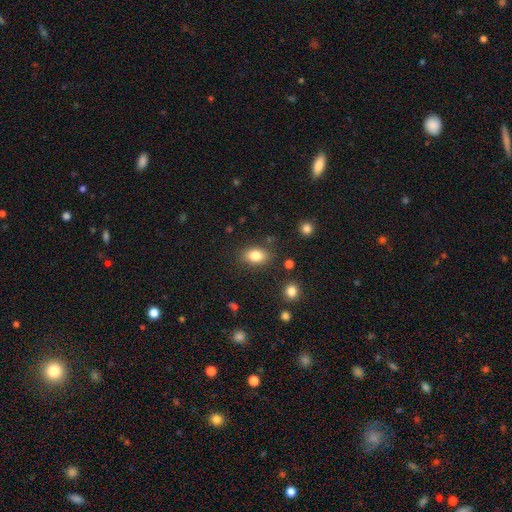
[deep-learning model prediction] Smooth or featured?
  - smooth: 83% *
  - star or artifact: 9%
  - featured or disk: 8%
How rounded?
  - in between: 82% *
  - round: 16%
  - cigar-shaped: 2%
Merging?
  - none: 82% *
  - minor disturbance: 11%
  - major disturbance: 3%
  - merger: 3%